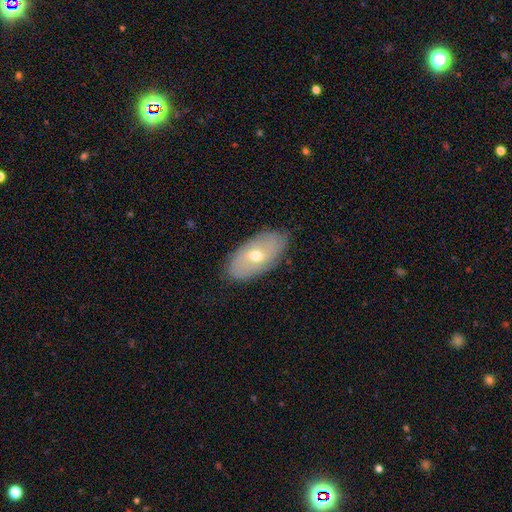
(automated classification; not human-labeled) Smooth or featured: featured or disk — 50% (smooth — 43%)
Edge-on disk: no — 86% (yes — 14%)
Merging: none — 81% (minor disturbance — 15%)